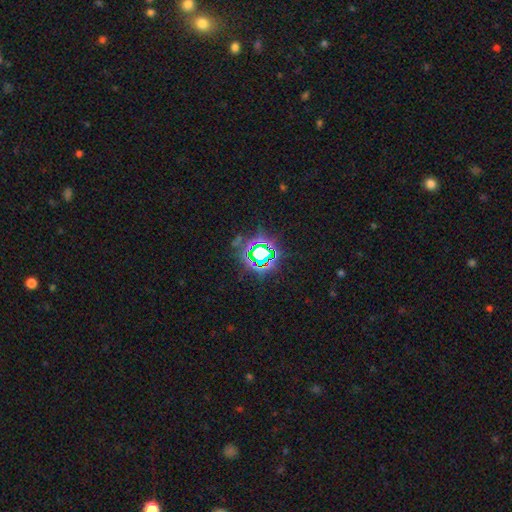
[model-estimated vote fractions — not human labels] star or artifact 78%, smooth 14%, featured or disk 7%.